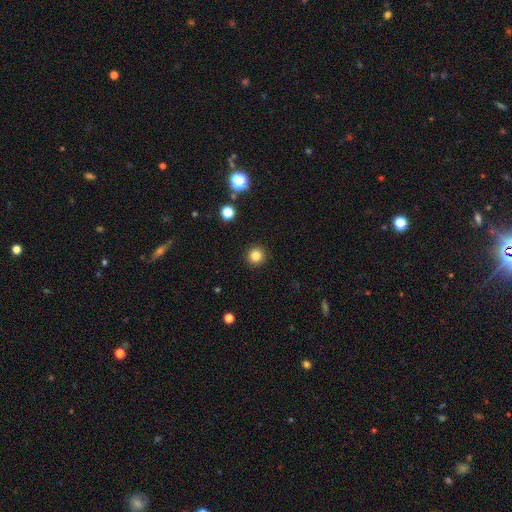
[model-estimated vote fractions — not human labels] smooth-or-featured: smooth: 83% | star or artifact: 12% | featured or disk: 5%
  how-rounded: round: 95% | in between: 4% | cigar-shaped: 1%
  merging: none: 93% | minor disturbance: 4% | major disturbance: 2% | merger: 1%